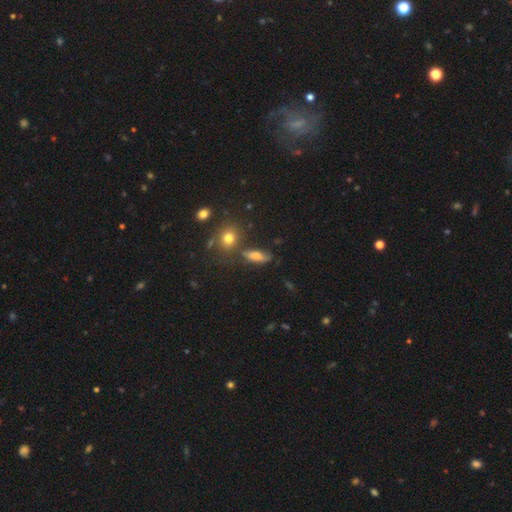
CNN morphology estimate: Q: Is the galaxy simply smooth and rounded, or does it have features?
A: smooth — 68%.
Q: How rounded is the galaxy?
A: in between — 57%.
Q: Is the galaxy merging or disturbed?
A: none — 68%.